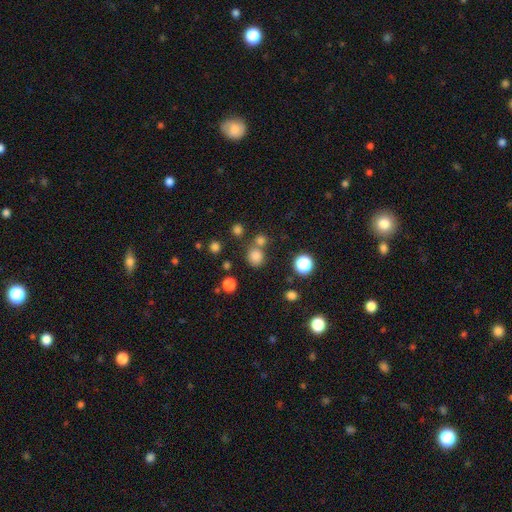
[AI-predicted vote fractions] Smooth or featured: smooth — 78% (star or artifact — 17%)
How rounded: round — 85% (in between — 14%)
Merging: none — 65% (merger — 22%)